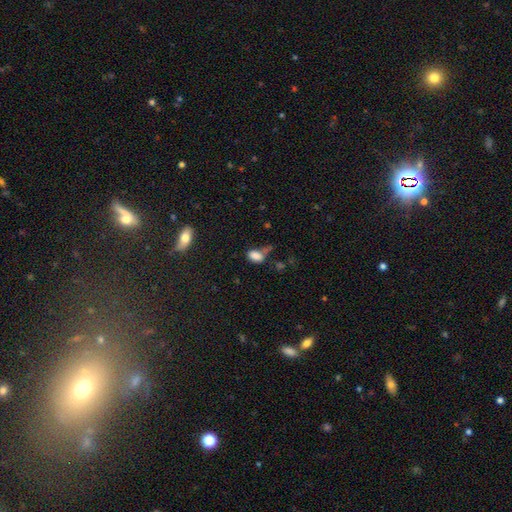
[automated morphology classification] The model was most divided on "merging": none: 43%, minor disturbance: 24%, merger: 19%, major disturbance: 14%. More confident: how rounded — in between (87%); smooth or featured — smooth (82%).